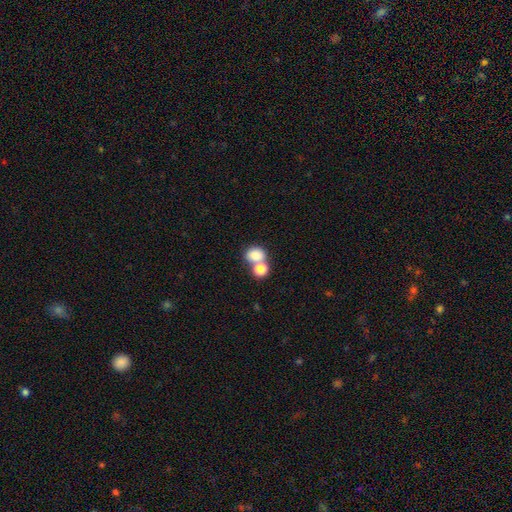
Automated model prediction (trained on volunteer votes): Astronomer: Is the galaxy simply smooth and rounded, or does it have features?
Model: smooth — 80%.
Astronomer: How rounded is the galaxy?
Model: round — 60% (runner-up: in between, 39%).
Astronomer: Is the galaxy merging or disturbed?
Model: merger — 48% (runner-up: none, 40%).